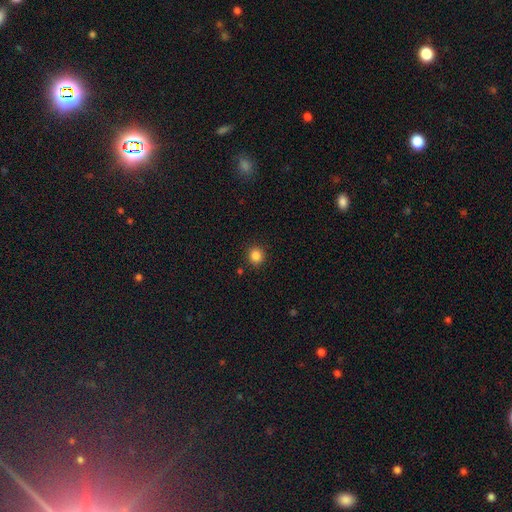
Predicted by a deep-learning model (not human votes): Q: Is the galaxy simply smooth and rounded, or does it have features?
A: smooth — 85%.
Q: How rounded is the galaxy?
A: round — 92%.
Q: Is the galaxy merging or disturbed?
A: none — 91%.